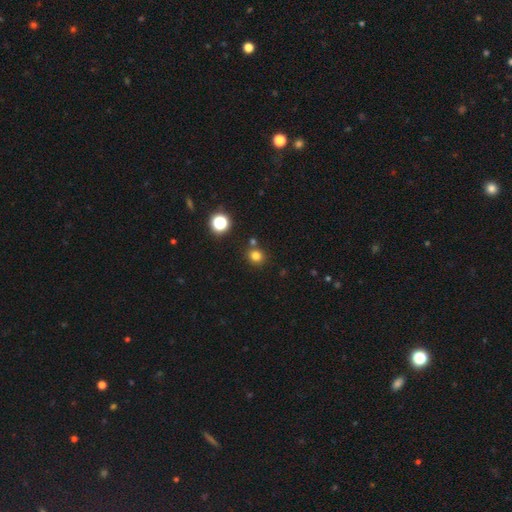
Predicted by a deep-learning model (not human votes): A smooth galaxy with no disk features (78%) that is round (88%).

Vote fractions:
- Smooth or featured? smooth: 78% / star or artifact: 17% / featured or disk: 5%
- How rounded? round: 88% / in between: 11% / cigar-shaped: 1%
- Merging? none: 79% / merger: 10% / minor disturbance: 8% / major disturbance: 3%